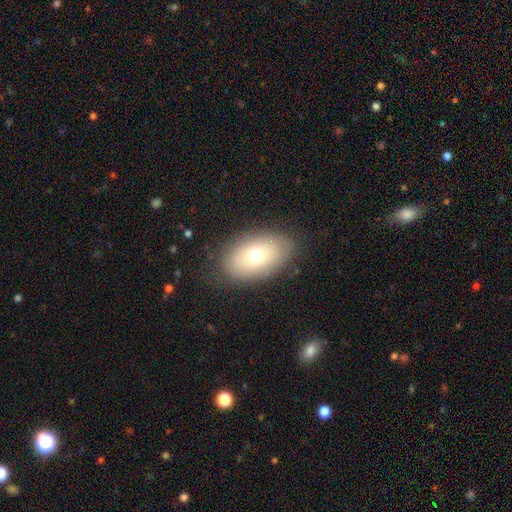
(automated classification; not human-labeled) This is likely a smooth galaxy (68%). How rounded: clearly in between (87%). Merging: clearly none (81%).